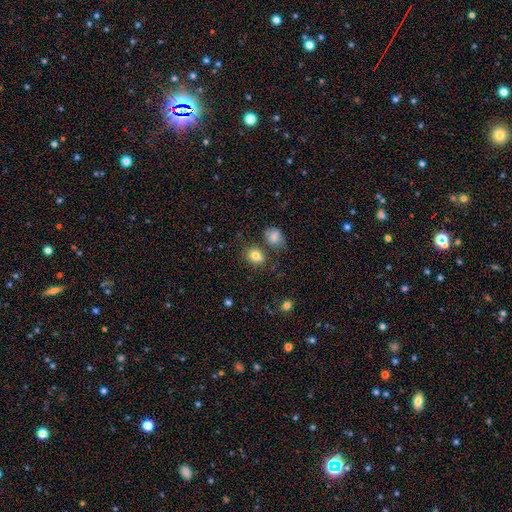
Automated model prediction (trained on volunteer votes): smooth_or_featured: smooth (p=0.81) [alt: star or artifact p=0.11]
how_rounded: in between (p=0.53) [alt: round p=0.46]
merging: none (p=0.68) [alt: minor disturbance p=0.14]